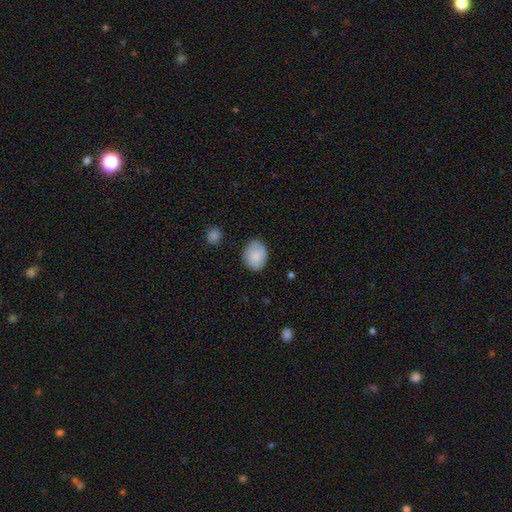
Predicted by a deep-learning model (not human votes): smooth 85%, featured or disk 8%, star or artifact 7%. Down the decision tree: how rounded — in between (56%); merging — none (75%).